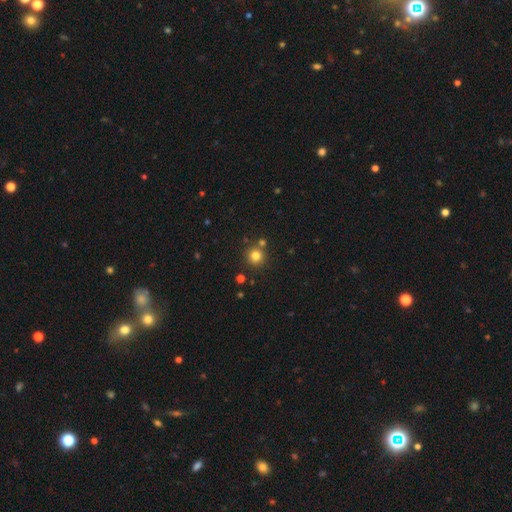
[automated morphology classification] This is likely a smooth galaxy (80%). How rounded: clearly round (93%). Merging: likely none (79%).